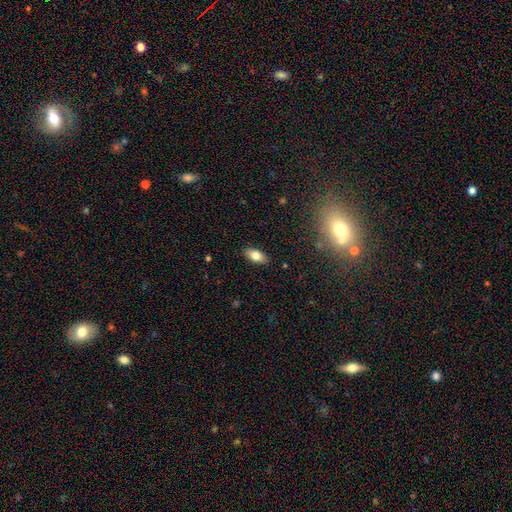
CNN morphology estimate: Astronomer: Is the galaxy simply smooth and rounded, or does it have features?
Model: smooth — 77%.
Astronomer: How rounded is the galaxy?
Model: in between — 89%.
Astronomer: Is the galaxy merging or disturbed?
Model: none — 88%.